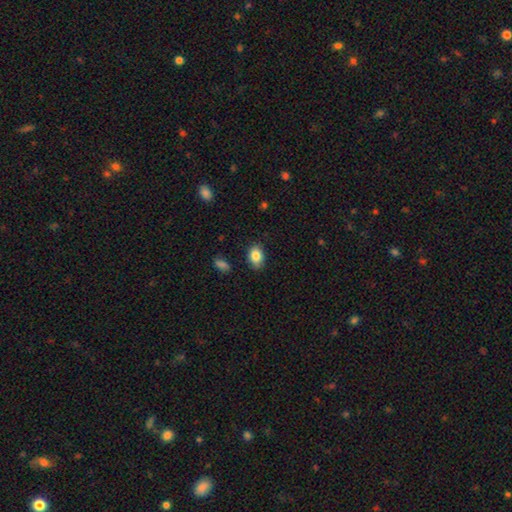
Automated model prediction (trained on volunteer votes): Morphology: type=smooth (84%); roundness=in between (79%); merging=none (82%).